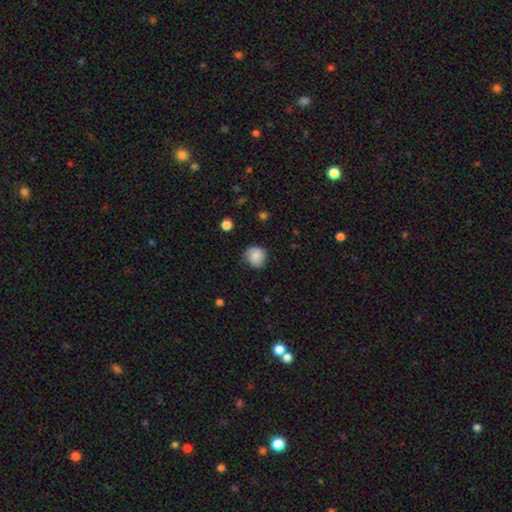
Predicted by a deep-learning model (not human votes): Smooth or featured?
  - smooth: 75% *
  - featured or disk: 17%
  - star or artifact: 8%
How rounded?
  - round: 86% *
  - in between: 13%
  - cigar-shaped: 1%
Merging?
  - none: 68% *
  - minor disturbance: 24%
  - major disturbance: 6%
  - merger: 1%